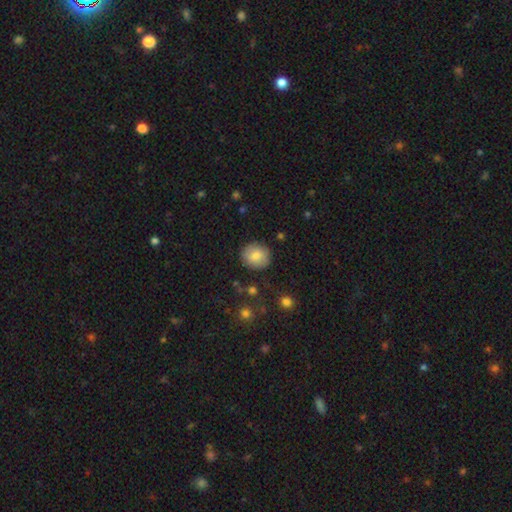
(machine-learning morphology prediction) Q: Smooth or featured?
A: smooth (81%); runner-up: featured or disk (11%)
Q: How rounded?
A: round (78%); runner-up: in between (21%)
Q: Merging?
A: none (86%); runner-up: minor disturbance (10%)